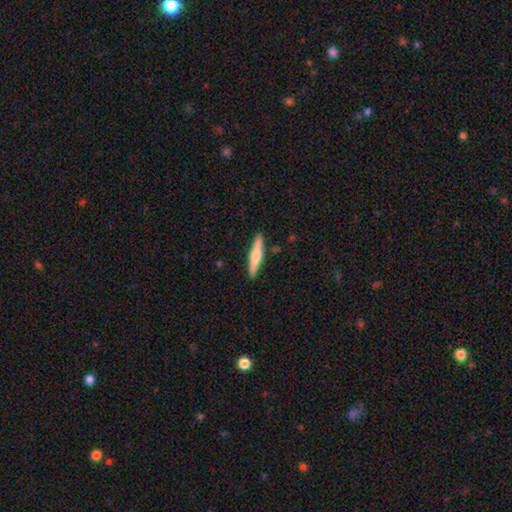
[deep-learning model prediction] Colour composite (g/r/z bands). It shows a featured or disk galaxy (53%) viewed edge-on (97%) with a rounded central bulge (87%). Merging: none (90%).